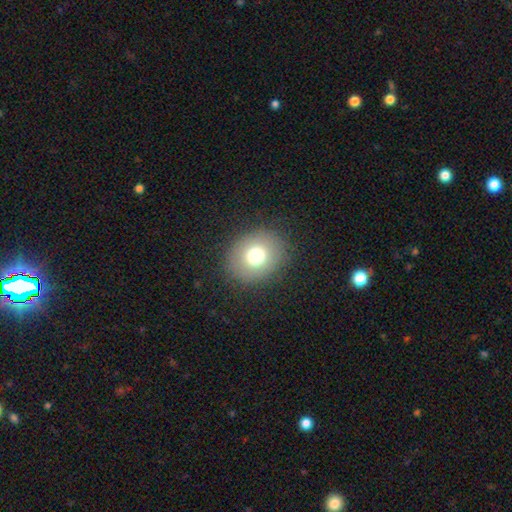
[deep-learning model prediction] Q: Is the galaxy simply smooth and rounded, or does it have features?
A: smooth — 74%.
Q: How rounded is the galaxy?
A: round — 67%.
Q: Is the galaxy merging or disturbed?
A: none — 86%.